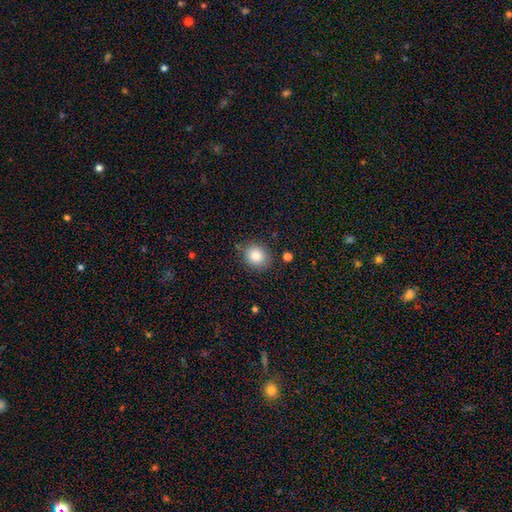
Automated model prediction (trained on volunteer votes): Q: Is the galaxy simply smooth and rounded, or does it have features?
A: smooth — 83%.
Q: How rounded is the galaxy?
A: round — 80%.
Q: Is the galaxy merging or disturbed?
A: none — 84%.